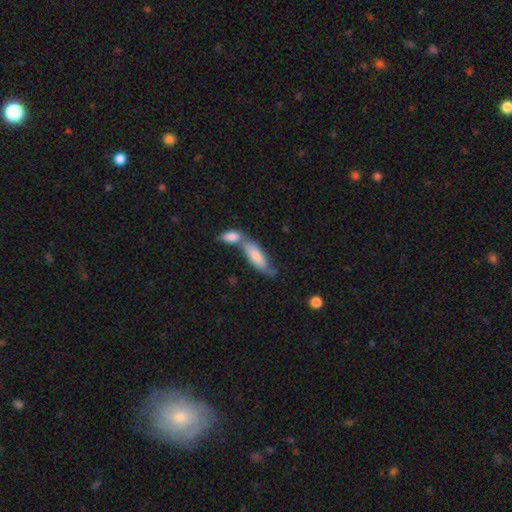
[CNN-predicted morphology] type=smooth (66%); roundness=in between (60%); merging=merger (53%).